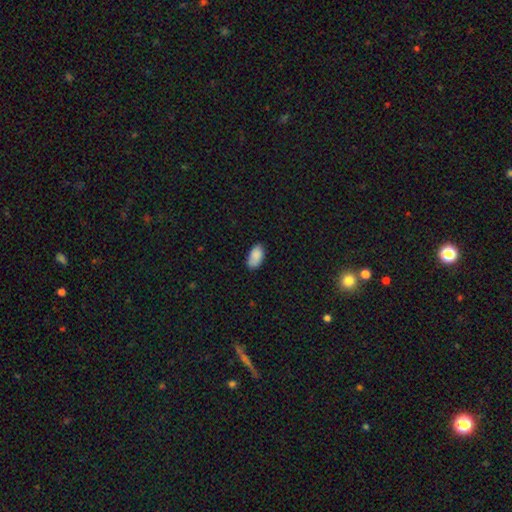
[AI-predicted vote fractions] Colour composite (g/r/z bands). It shows a smooth galaxy with no disk features (88%) that is in between round and cigar-shaped (95%). Merging: none (78%).